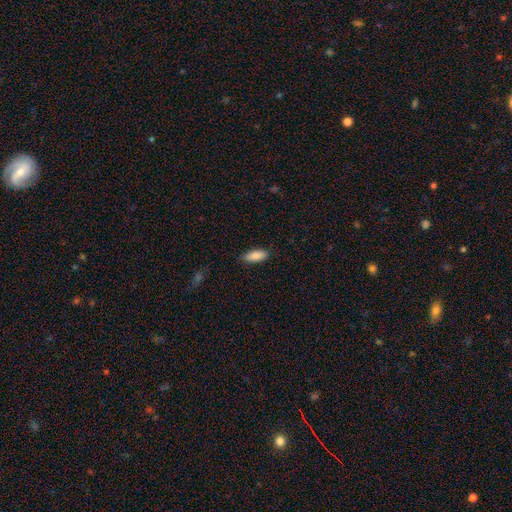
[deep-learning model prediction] The model was most divided on "how rounded": in between: 78%, cigar-shaped: 21%, round: 2%. More confident: smooth or featured — smooth (88%); merging — none (85%).